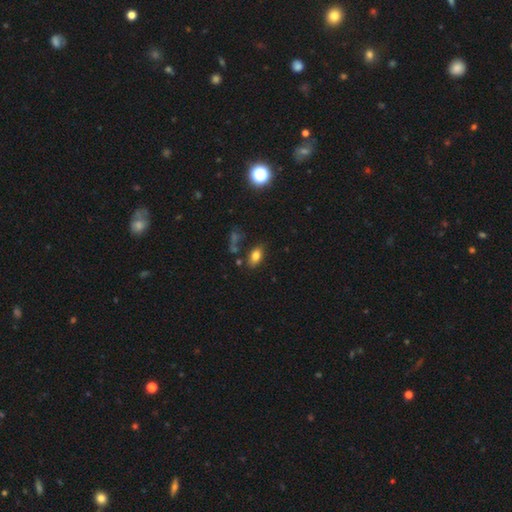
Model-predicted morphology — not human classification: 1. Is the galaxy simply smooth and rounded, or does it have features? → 80% smooth, 11% star or artifact, 10% featured or disk.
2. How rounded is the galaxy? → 88% in between, 8% round, 4% cigar-shaped.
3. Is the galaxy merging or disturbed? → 76% none, 13% minor disturbance, 7% merger, 4% major disturbance.